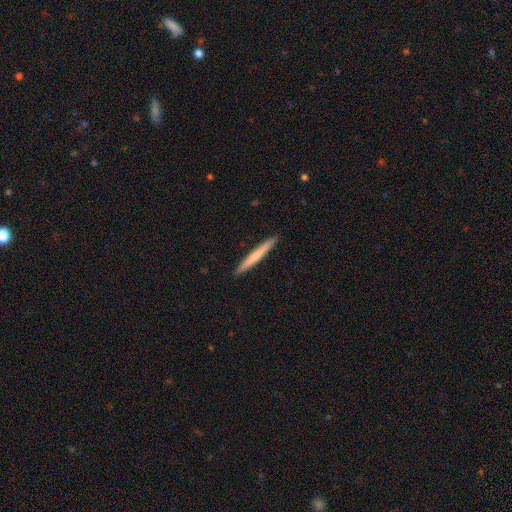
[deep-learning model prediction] The model was most divided on "smooth or featured": smooth: 59%, featured or disk: 36%, star or artifact: 5%. More confident: how rounded — cigar-shaped (97%); merging — none (92%).